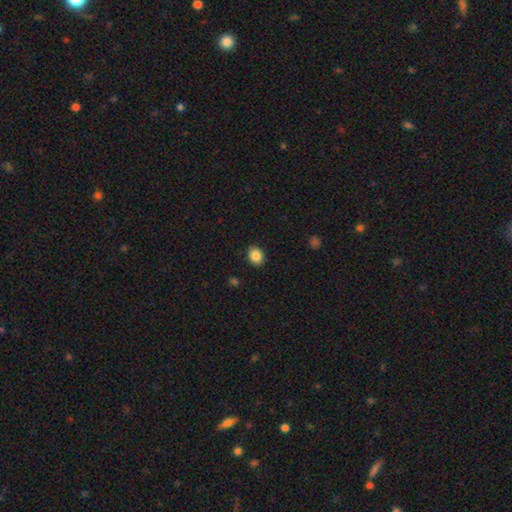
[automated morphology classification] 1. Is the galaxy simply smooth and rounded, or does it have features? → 86% smooth, 9% star or artifact, 5% featured or disk.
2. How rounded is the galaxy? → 53% in between, 46% round, 1% cigar-shaped.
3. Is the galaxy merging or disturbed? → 89% none, 8% minor disturbance, 2% major disturbance, 1% merger.